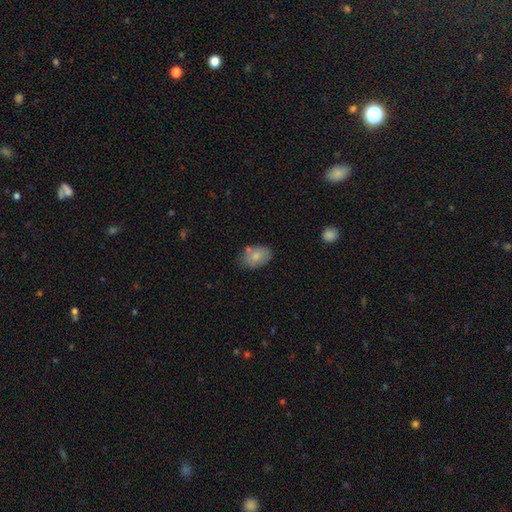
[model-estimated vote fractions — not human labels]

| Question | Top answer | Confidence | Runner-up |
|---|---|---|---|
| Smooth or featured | smooth | 75% | featured or disk (18%) |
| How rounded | in between | 81% | round (18%) |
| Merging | none | 60% | minor disturbance (24%) |